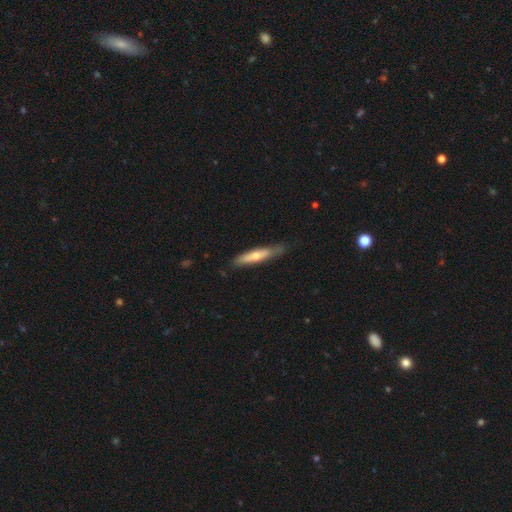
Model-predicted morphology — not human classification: Smooth or featured: smooth — 53% (featured or disk — 42%)
How rounded: cigar-shaped — 83% (in between — 15%)
Merging: none — 78% (minor disturbance — 17%)